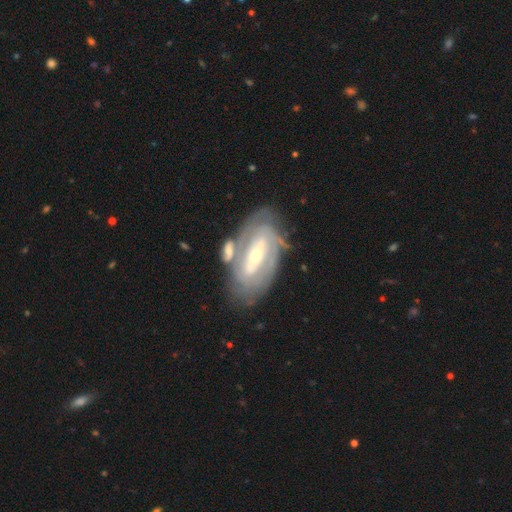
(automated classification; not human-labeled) This is clearly a featured or disk galaxy (85%). It is clearly not viewed edge-on (94%). Bar: possibly strong (48%). Spiral arm pattern: clearly yes (88%). Spiral arm count: marginally 2 (43%). Spiral winding: likely tight (67%). Central bulge: possibly small (53%). Merging: likely none (65%).